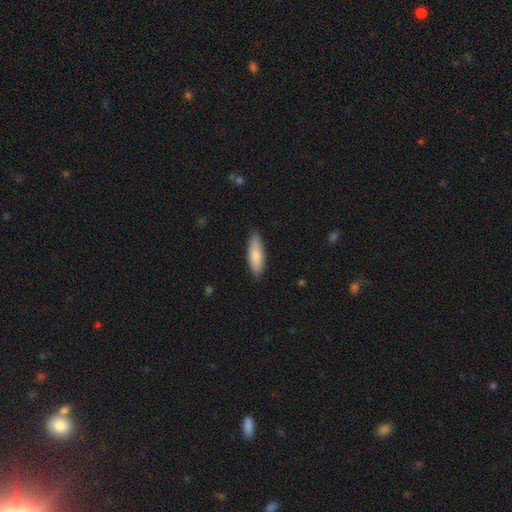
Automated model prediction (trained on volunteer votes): Overall: smooth (81%). How rounded: in between (53%; cigar-shaped 46%). Merging: none (84%).